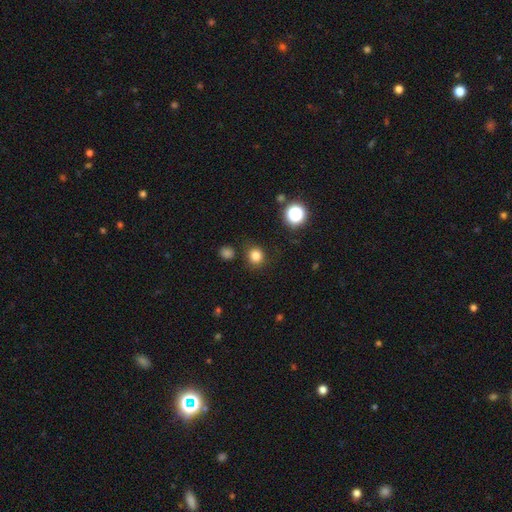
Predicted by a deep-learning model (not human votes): Smooth or featured?
  - smooth: 81% *
  - star or artifact: 15%
  - featured or disk: 4%
How rounded?
  - round: 86% *
  - in between: 13%
  - cigar-shaped: 1%
Merging?
  - none: 84% *
  - minor disturbance: 9%
  - major disturbance: 3%
  - merger: 3%